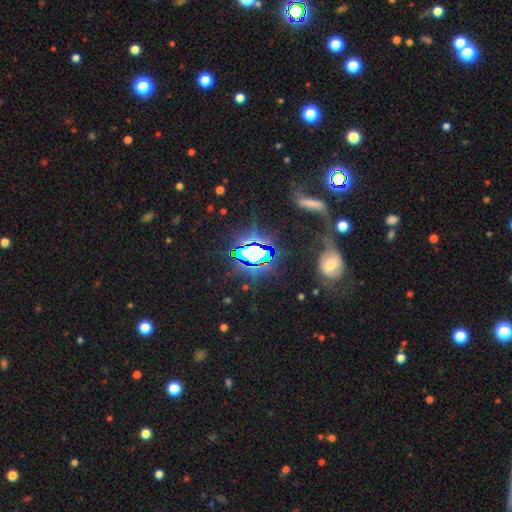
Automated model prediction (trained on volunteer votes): This is likely a star or artifact rather than a galaxy (71%).